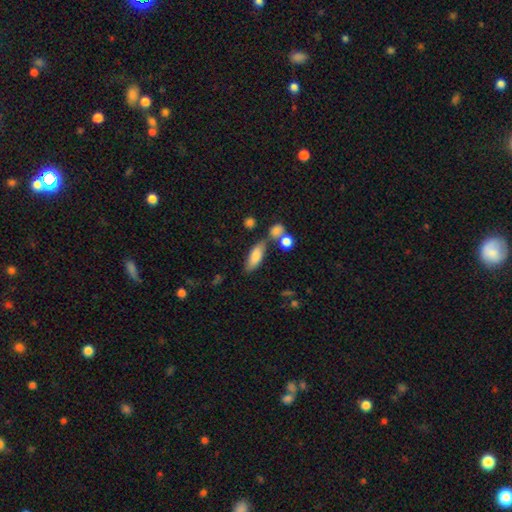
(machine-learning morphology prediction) This appears to be a smooth galaxy with no disk features (79%) that is in between round and cigar-shaped (70%). Merging: none (62%).